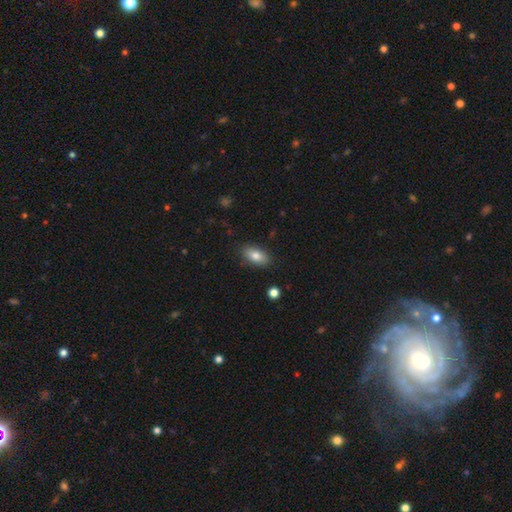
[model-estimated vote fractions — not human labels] Overall: smooth (80%). How rounded: in between (89%). Merging: none (86%).